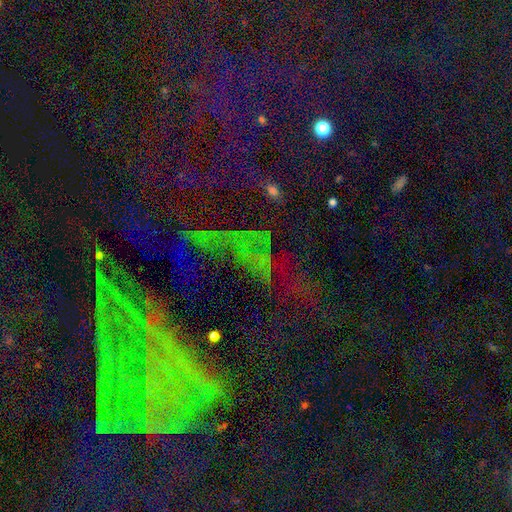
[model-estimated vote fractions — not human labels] smooth-or-featured: star or artifact: 75% | featured or disk: 13% | smooth: 12%